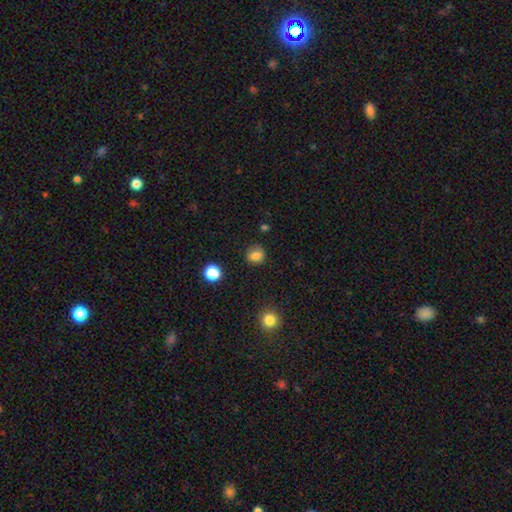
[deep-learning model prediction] Smooth or featured: smooth — 82% (star or artifact — 12%)
How rounded: round — 80% (in between — 19%)
Merging: none — 85% (minor disturbance — 11%)